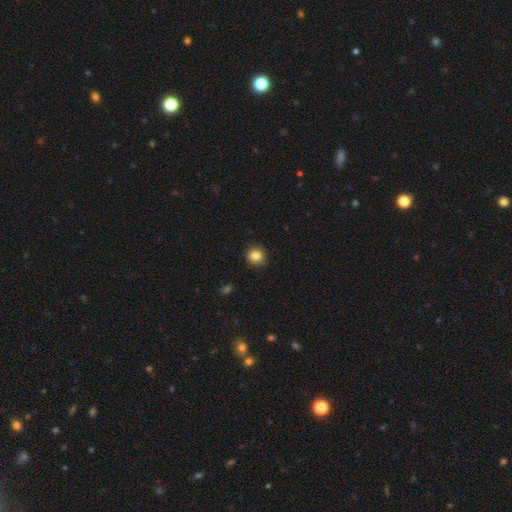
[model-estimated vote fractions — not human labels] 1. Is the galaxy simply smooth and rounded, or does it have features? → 85% smooth, 10% star or artifact, 5% featured or disk.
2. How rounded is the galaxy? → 93% round, 6% in between, 1% cigar-shaped.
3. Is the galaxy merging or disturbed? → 92% none, 6% minor disturbance, 2% major disturbance, 1% merger.